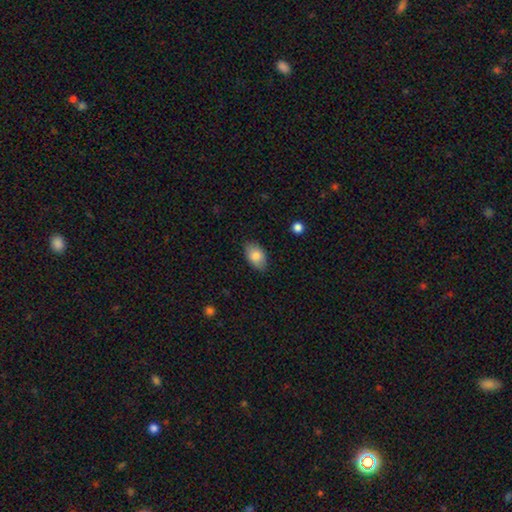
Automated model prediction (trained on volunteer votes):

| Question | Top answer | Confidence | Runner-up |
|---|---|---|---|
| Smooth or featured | smooth | 83% | featured or disk (10%) |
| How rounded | in between | 91% | round (8%) |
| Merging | none | 83% | minor disturbance (14%) |